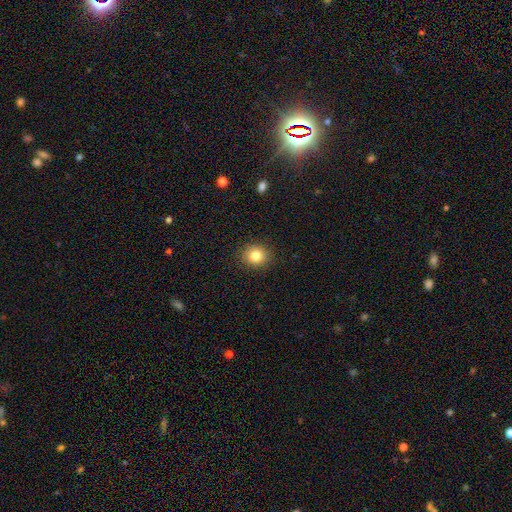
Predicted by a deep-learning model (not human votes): This appears to be a smooth galaxy with no disk features (83%) that is round (76%). Merging: none (90%).